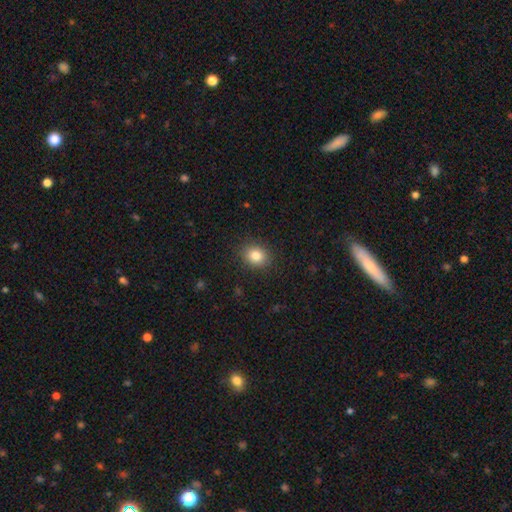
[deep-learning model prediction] smooth_or_featured: smooth (p=0.83) [alt: star or artifact p=0.11]
how_rounded: round (p=0.63) [alt: in between p=0.36]
merging: none (p=0.89) [alt: minor disturbance p=0.08]